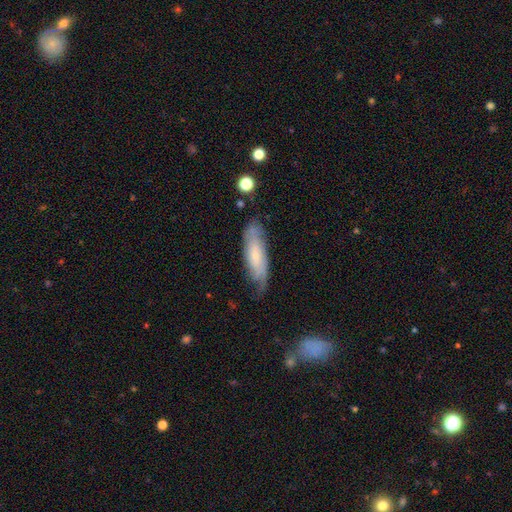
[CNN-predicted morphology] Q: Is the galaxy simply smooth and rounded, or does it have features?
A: featured or disk — 47%.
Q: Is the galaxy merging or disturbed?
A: none — 65%.